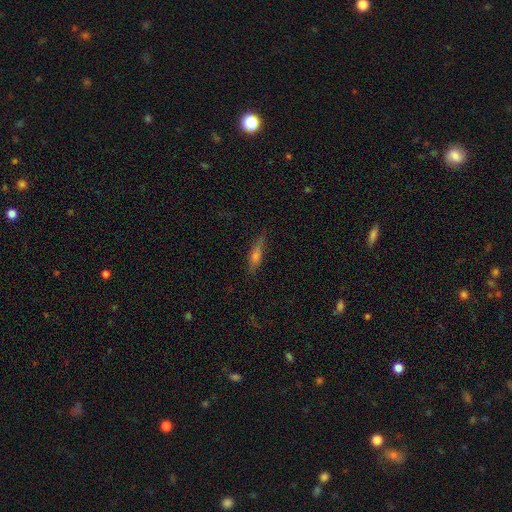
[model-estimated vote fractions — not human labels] Q: Smooth or featured?
A: smooth (47%); runner-up: featured or disk (41%)
Q: Merging?
A: none (77%); runner-up: minor disturbance (17%)